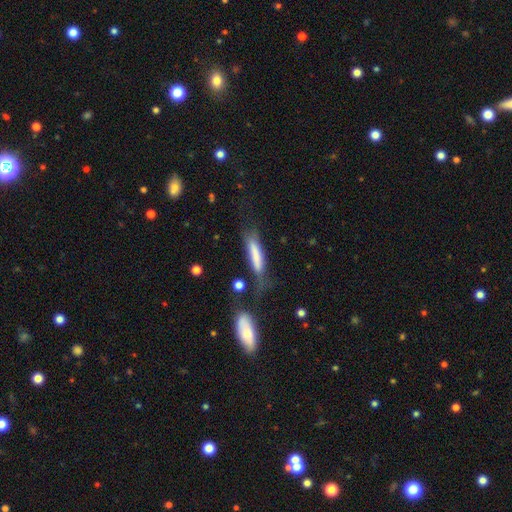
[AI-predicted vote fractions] Smooth or featured? Predicted: smooth (p=0.71). How rounded? Predicted: cigar-shaped (p=0.83). Merging? Predicted: none (p=0.44).